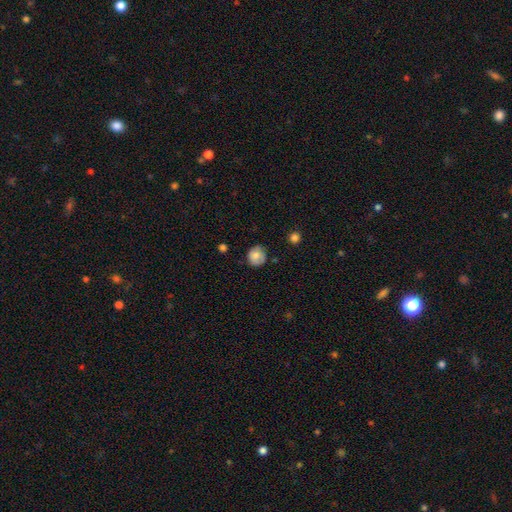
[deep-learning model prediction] smooth 77%, featured or disk 15%, star or artifact 8%. Down the decision tree: how rounded — round (85%); merging — none (74%).